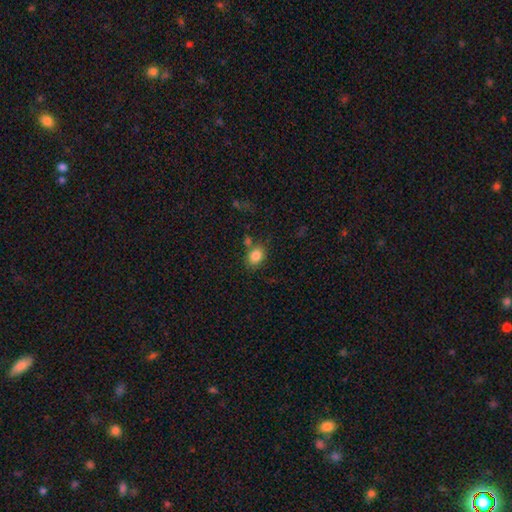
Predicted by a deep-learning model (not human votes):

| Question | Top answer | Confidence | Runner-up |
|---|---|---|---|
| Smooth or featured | smooth | 84% | star or artifact (9%) |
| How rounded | in between | 55% | round (44%) |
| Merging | none | 67% | minor disturbance (14%) |